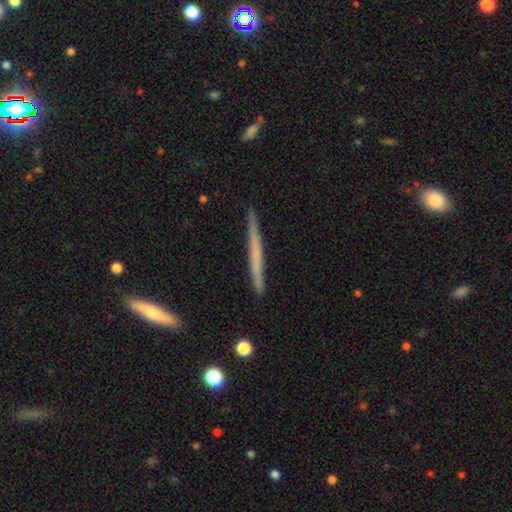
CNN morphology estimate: Overall: featured or disk (47%, tied with smooth). Merging: none (88%).